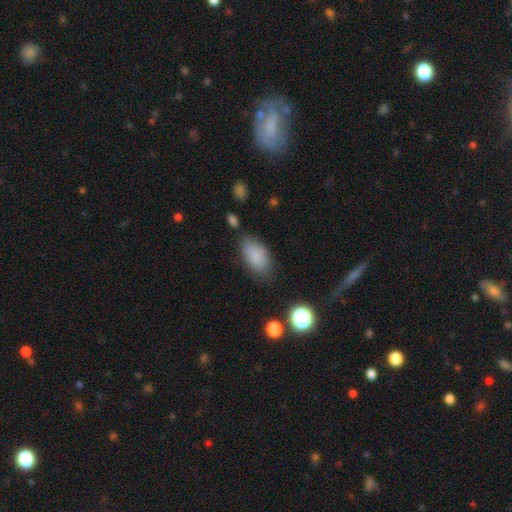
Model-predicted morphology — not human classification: The model was most divided on "merging": none: 70%, minor disturbance: 21%, major disturbance: 6%, merger: 4%. More confident: how rounded — in between (92%); smooth or featured — smooth (84%).